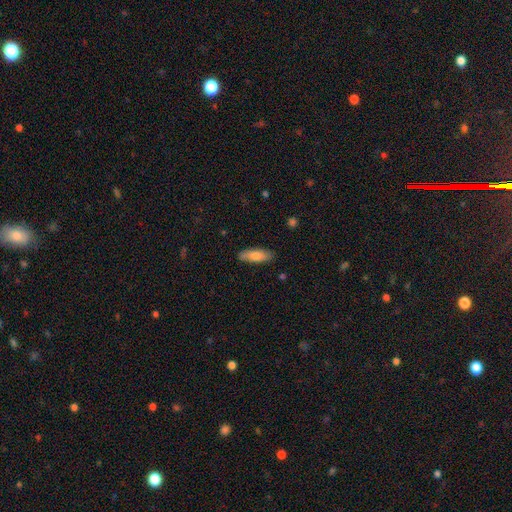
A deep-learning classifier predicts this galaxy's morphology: smooth 79%, featured or disk 15%, star or artifact 6%. Down the decision tree: how rounded — in between (58%); merging — none (86%).